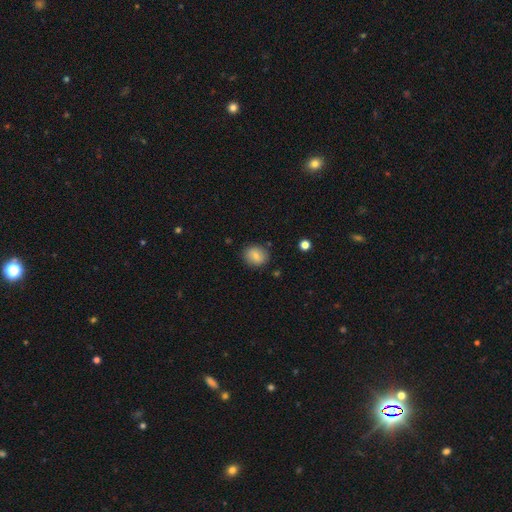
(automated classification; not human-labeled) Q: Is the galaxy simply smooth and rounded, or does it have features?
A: smooth — 81%.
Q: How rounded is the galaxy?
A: round — 71%.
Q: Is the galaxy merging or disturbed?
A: none — 86%.